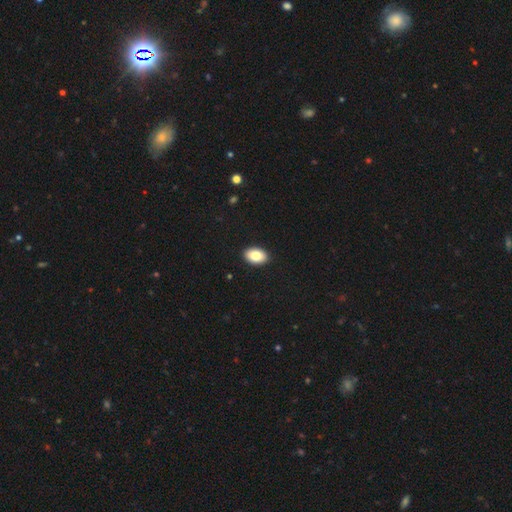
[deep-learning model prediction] The model was most divided on "smooth or featured": smooth: 84%, featured or disk: 9%, star or artifact: 7%. More confident: merging — none (91%); how rounded — in between (90%).